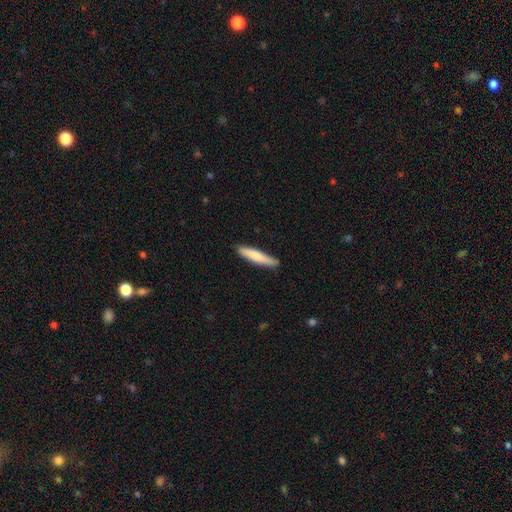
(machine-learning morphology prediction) smooth_or_featured: smooth (p=0.76) [alt: featured or disk p=0.18]
how_rounded: cigar-shaped (p=0.89) [alt: in between p=0.09]
merging: none (p=0.85) [alt: minor disturbance p=0.12]